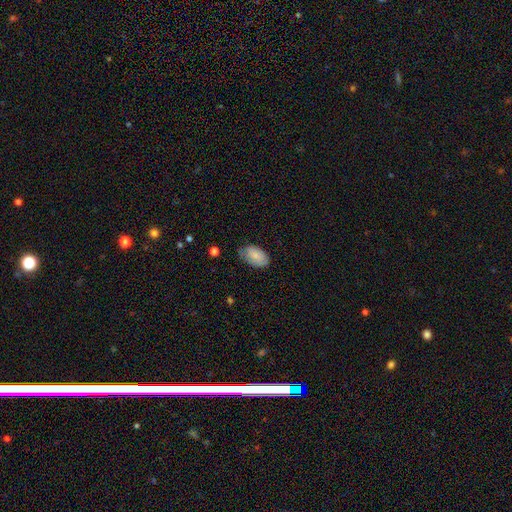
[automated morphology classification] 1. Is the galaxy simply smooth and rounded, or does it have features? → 81% smooth, 13% featured or disk, 6% star or artifact.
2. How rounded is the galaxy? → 93% in between, 6% round, 1% cigar-shaped.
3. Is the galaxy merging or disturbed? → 62% none, 31% minor disturbance, 6% major disturbance, 1% merger.